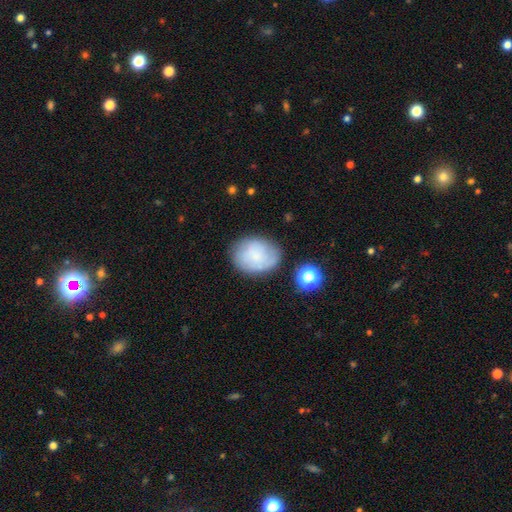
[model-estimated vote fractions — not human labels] Morphology: type=smooth (66%); roundness=in between (59%); merging=none (65%).